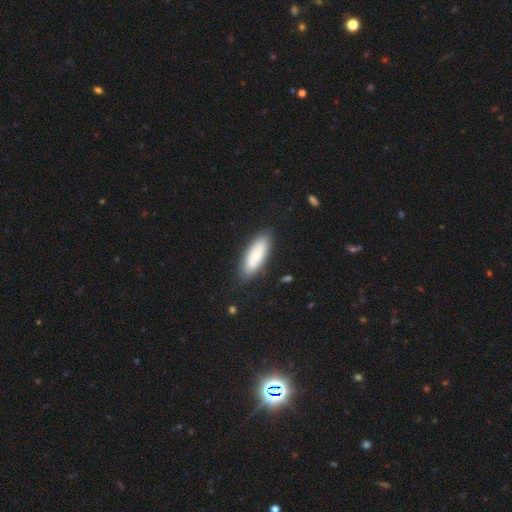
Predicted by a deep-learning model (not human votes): This is likely a smooth galaxy (76%). How rounded: likely in between (67%). Merging: clearly none (82%).